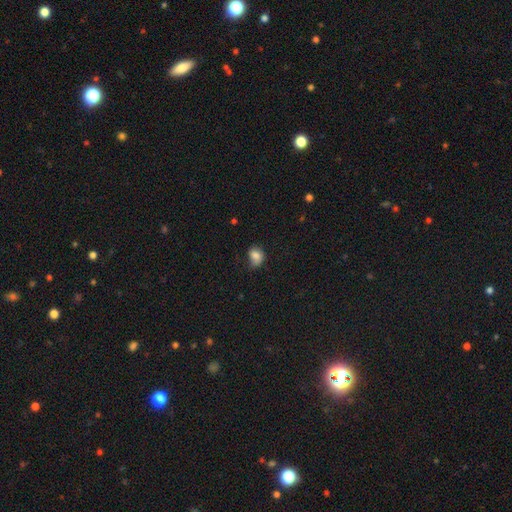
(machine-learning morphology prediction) Overall: smooth (81%). How rounded: in between (58%; round 41%). Merging: none (49%; minor disturbance 36%).